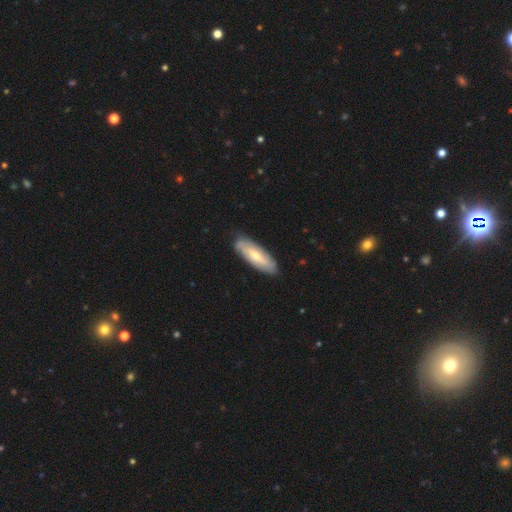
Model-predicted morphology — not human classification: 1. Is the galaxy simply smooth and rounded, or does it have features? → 51% smooth, 44% featured or disk, 5% star or artifact.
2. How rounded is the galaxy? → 59% in between, 39% cigar-shaped, 2% round.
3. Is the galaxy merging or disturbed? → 83% none, 14% minor disturbance, 2% major disturbance, 1% merger.